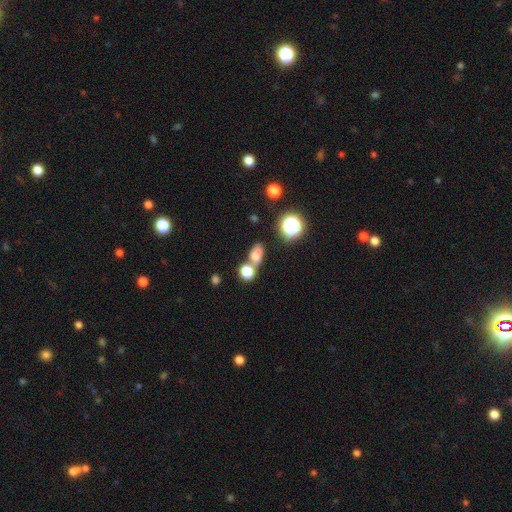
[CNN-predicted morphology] Smooth or featured?
  - smooth: 69% *
  - star or artifact: 18%
  - featured or disk: 12%
How rounded?
  - in between: 69% *
  - round: 26%
  - cigar-shaped: 4%
Merging?
  - none: 49% *
  - merger: 31%
  - minor disturbance: 13%
  - major disturbance: 6%